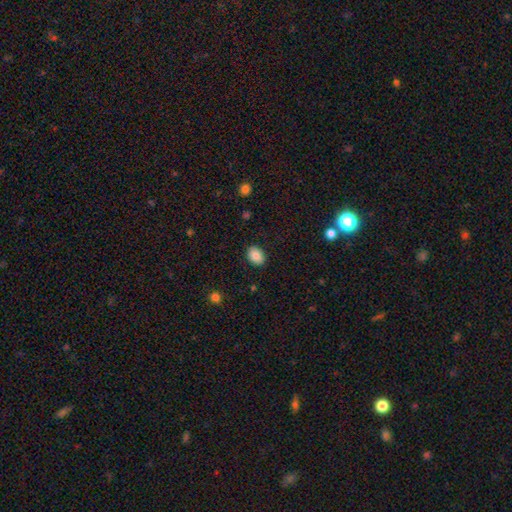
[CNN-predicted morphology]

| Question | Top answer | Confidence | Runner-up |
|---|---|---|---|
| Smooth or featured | smooth | 86% | star or artifact (8%) |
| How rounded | in between | 72% | round (27%) |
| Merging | none | 88% | minor disturbance (9%) |